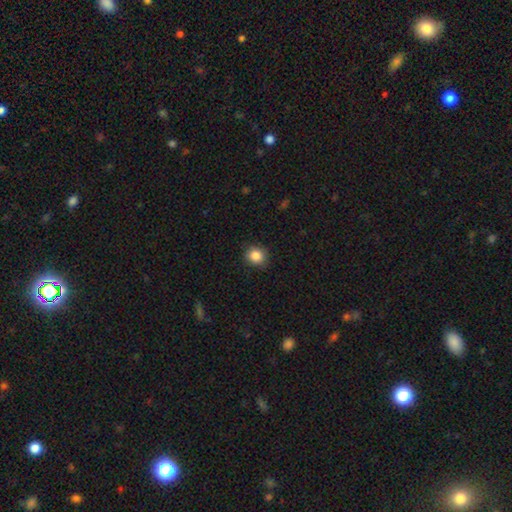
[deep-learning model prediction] Morphology: type=smooth (86%); roundness=round (83%); merging=none (88%).